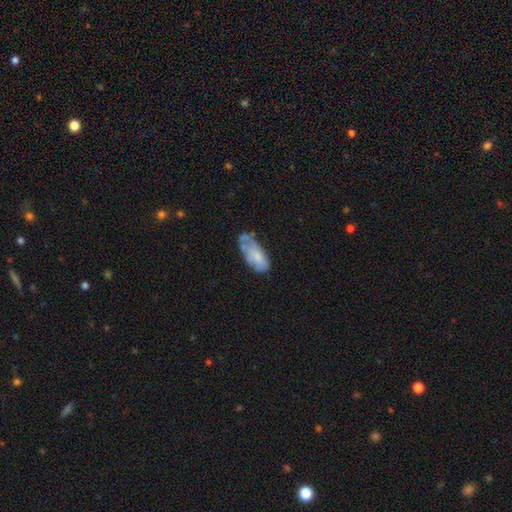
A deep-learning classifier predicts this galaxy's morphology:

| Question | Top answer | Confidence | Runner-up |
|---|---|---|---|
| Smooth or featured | smooth | 61% | featured or disk (32%) |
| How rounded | in between | 86% | cigar-shaped (12%) |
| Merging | minor disturbance | 36% | none (35%) |